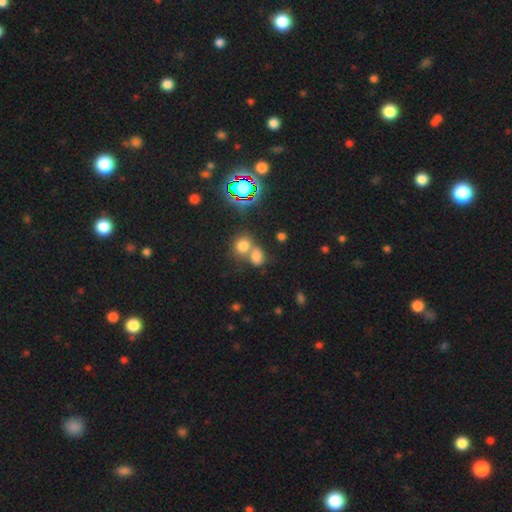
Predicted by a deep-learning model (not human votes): This is likely a smooth galaxy (68%). How rounded: possibly in between (50%). Merging: possibly merger (54%).